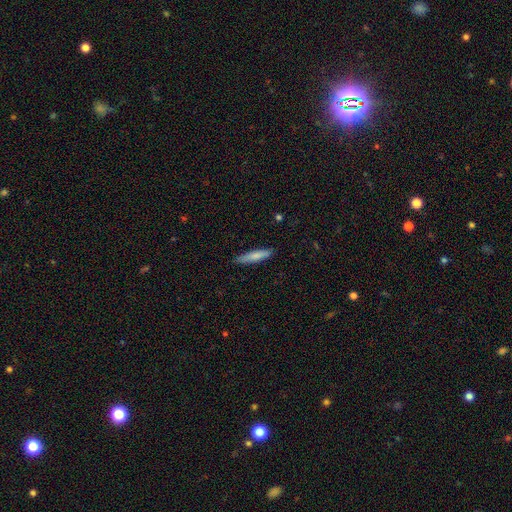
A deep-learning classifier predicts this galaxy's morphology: smooth_or_featured: smooth (p=0.77) [alt: featured or disk p=0.18]
how_rounded: cigar-shaped (p=0.87) [alt: in between p=0.11]
merging: none (p=0.87) [alt: minor disturbance p=0.10]